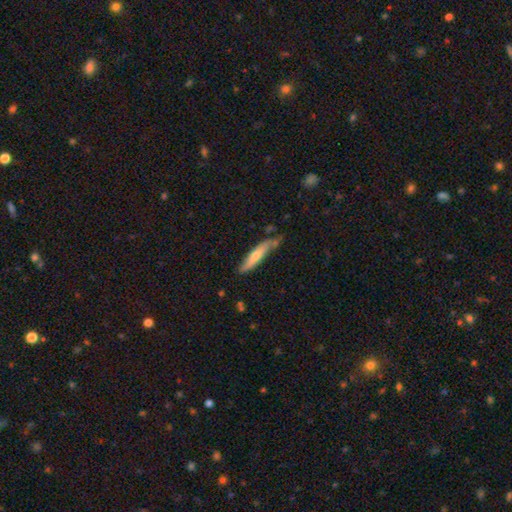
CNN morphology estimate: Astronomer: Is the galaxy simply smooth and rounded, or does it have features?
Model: smooth — 64%.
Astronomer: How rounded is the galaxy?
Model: cigar-shaped — 86%.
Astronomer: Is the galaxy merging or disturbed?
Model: none — 61%.